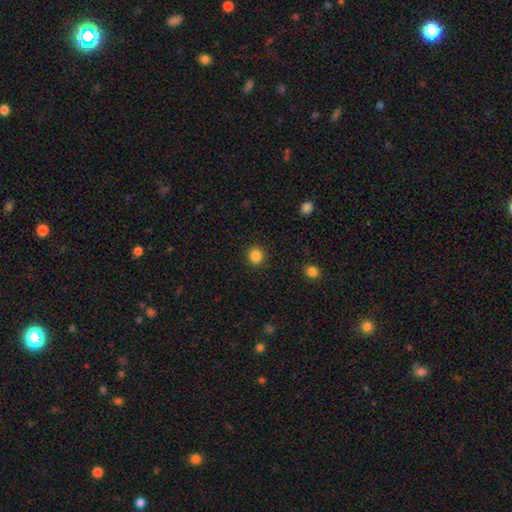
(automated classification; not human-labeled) Q: Smooth or featured?
A: smooth (86%); runner-up: star or artifact (11%)
Q: How rounded?
A: round (91%); runner-up: in between (8%)
Q: Merging?
A: none (91%); runner-up: minor disturbance (5%)